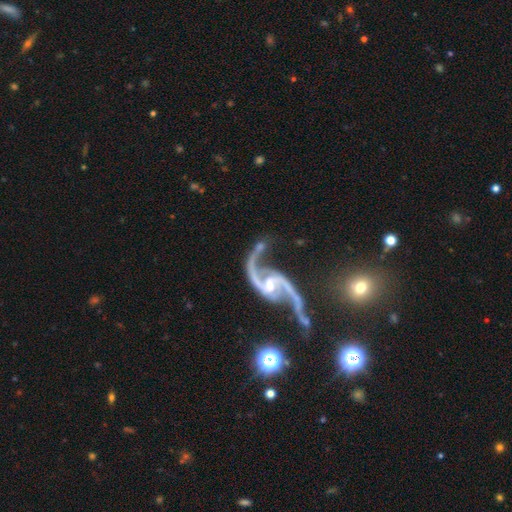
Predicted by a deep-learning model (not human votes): featured or disk 93%, star or artifact 5%, smooth 2%. Down the decision tree: edge-on disk — no (97%); bar — no (46%); spiral arms — yes (98%); spiral arm count — 2 (94%); spiral winding — loose (72%); bulge size — small (54%); merging — none (59%).